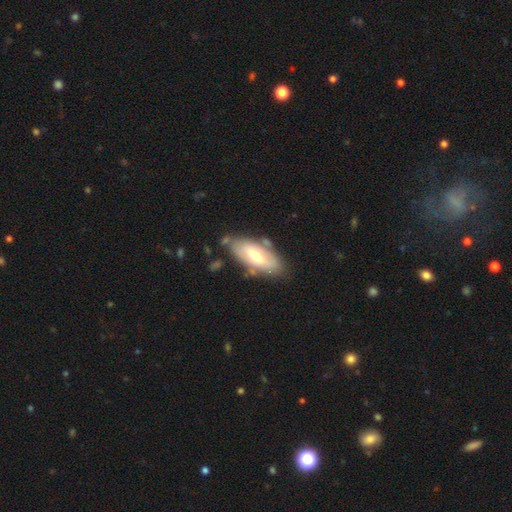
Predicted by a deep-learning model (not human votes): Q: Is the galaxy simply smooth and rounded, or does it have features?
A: smooth — 48%.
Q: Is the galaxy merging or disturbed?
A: none — 72%.